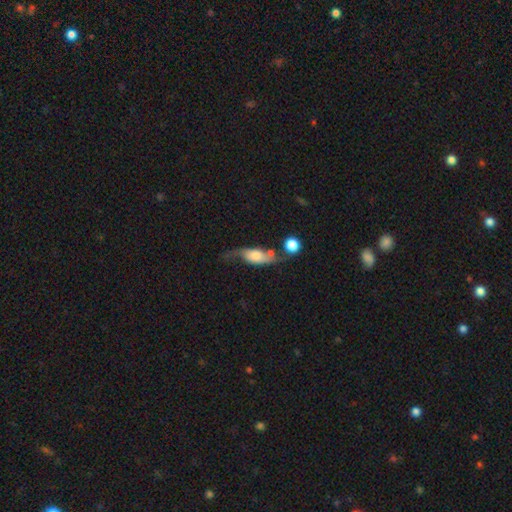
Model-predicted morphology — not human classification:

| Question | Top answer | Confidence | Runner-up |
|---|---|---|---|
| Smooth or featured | featured or disk | 55% | smooth (37%) |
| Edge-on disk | no | 75% | yes (25%) |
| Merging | none | 43% | minor disturbance (24%) |